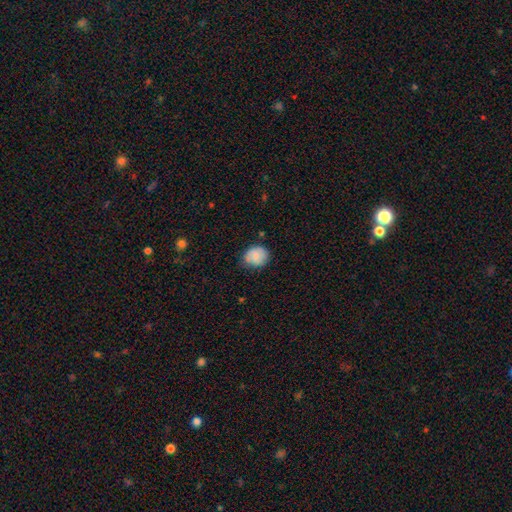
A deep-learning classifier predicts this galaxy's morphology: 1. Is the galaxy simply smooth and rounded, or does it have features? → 76% smooth, 16% featured or disk, 8% star or artifact.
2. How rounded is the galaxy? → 64% round, 35% in between, 1% cigar-shaped.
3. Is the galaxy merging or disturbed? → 67% none, 26% minor disturbance, 5% major disturbance, 2% merger.